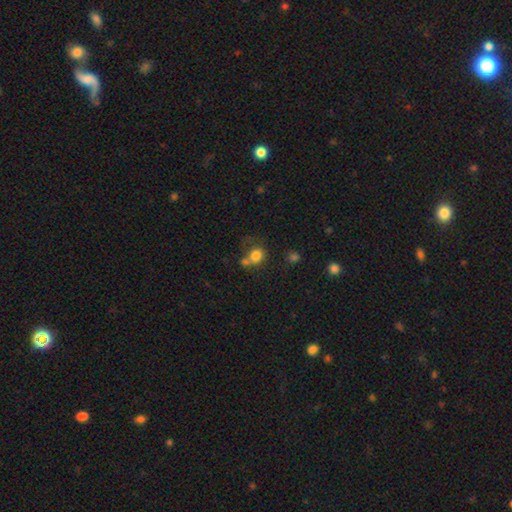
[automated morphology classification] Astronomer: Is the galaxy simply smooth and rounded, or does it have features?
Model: smooth — 78%.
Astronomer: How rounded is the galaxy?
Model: round — 74%.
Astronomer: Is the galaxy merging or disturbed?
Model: none — 43% (runner-up: merger, 31%).